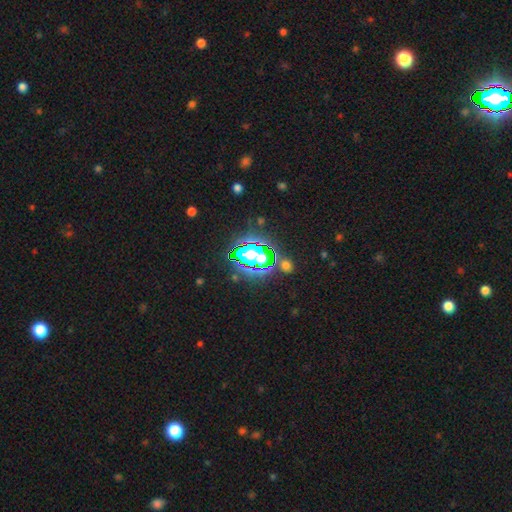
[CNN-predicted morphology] A star or artifact, not a galaxy (63%).

Vote fractions:
- Smooth or featured? star or artifact: 63% / smooth: 25% / featured or disk: 13%